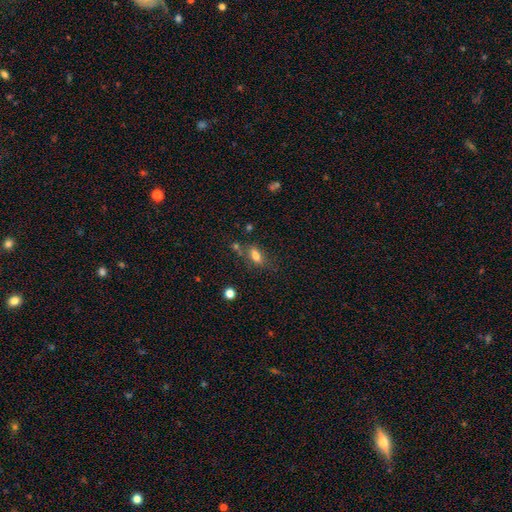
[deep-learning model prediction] A smooth galaxy with no disk features (73%) that is in between round and cigar-shaped (79%).

Vote fractions:
- Smooth or featured? smooth: 73% / featured or disk: 15% / star or artifact: 12%
- How rounded? in between: 79% / cigar-shaped: 13% / round: 8%
- Merging? none: 60% / minor disturbance: 18% / merger: 13% / major disturbance: 9%